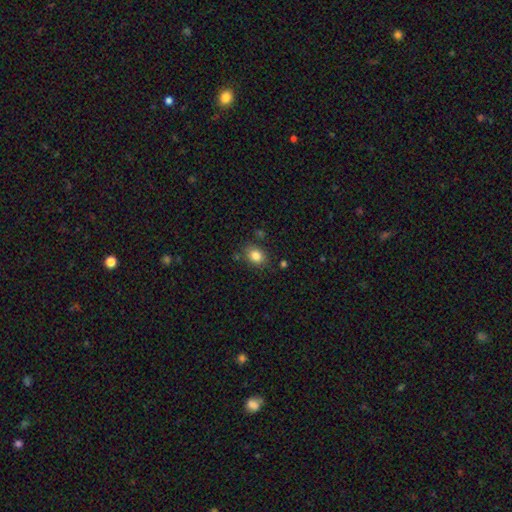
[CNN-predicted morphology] The model was most divided on "how rounded": in between: 57%, round: 42%, cigar-shaped: 1%. More confident: smooth or featured — smooth (84%); merging — none (80%).